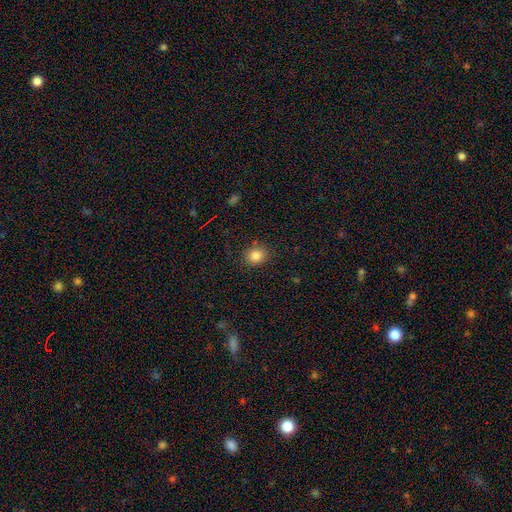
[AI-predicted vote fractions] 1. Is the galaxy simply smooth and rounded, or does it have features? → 84% smooth, 11% star or artifact, 5% featured or disk.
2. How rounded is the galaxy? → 72% round, 27% in between, 1% cigar-shaped.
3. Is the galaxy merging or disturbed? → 86% none, 9% minor disturbance, 3% major disturbance, 2% merger.